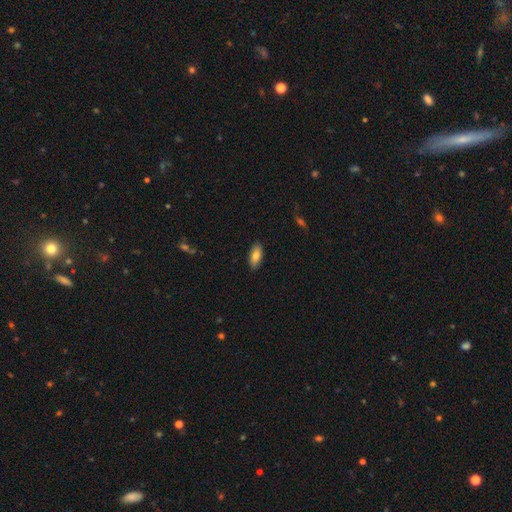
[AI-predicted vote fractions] This is clearly a smooth galaxy (81%). How rounded: clearly in between (87%). Merging: clearly none (88%).